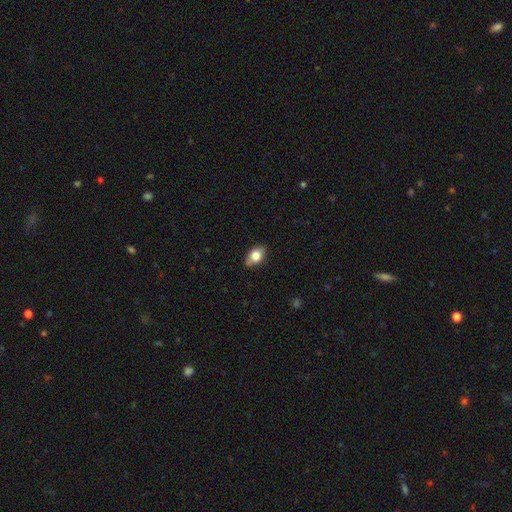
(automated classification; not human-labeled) smooth_or_featured: smooth (p=0.77) [alt: featured or disk p=0.15]
how_rounded: in between (p=0.84) [alt: round p=0.14]
merging: none (p=0.79) [alt: minor disturbance p=0.17]